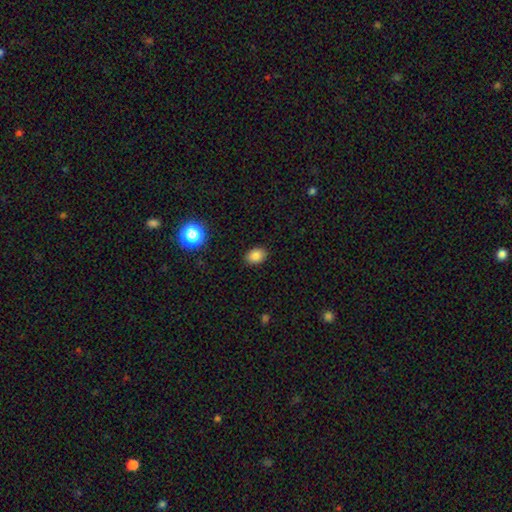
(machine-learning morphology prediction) Overall: smooth (83%). How rounded: in between (72%). Merging: none (88%).